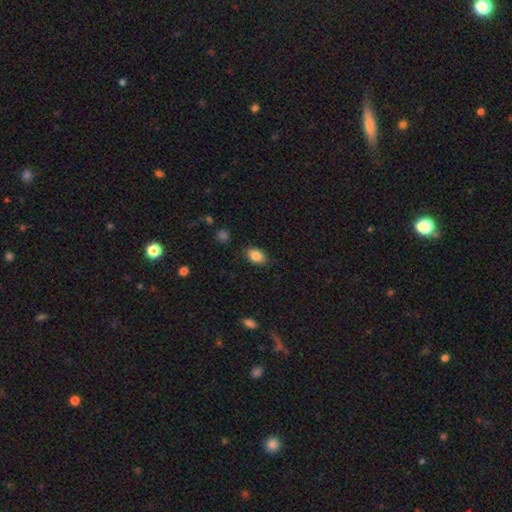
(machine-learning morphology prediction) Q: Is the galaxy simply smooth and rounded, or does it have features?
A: smooth — 84%.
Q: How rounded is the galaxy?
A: in between — 85%.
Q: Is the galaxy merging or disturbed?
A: none — 83%.